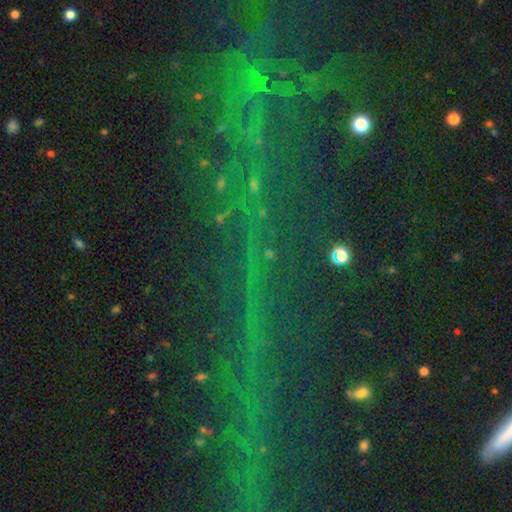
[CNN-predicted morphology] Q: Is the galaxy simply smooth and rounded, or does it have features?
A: star or artifact — 77%.